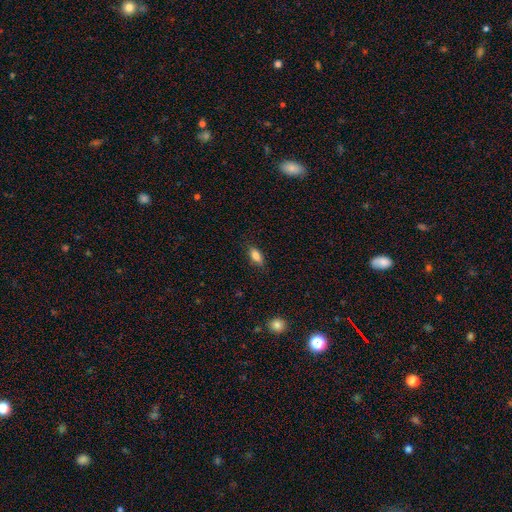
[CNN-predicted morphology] Smooth or featured?
  - smooth: 81% *
  - featured or disk: 11%
  - star or artifact: 8%
How rounded?
  - in between: 83% *
  - cigar-shaped: 13%
  - round: 4%
Merging?
  - none: 83% *
  - minor disturbance: 13%
  - major disturbance: 3%
  - merger: 1%